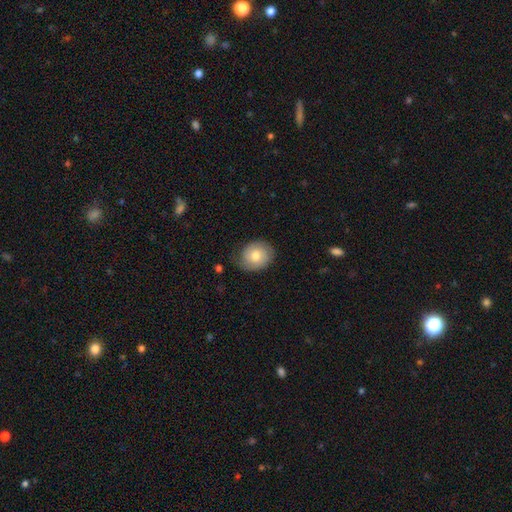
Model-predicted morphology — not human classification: A smooth galaxy with no disk features (64%) that is round (64%).

Vote fractions:
- Smooth or featured? smooth: 64% / featured or disk: 29% / star or artifact: 7%
- How rounded? round: 64% / in between: 35% / cigar-shaped: 1%
- Merging? none: 71% / minor disturbance: 22% / major disturbance: 6% / merger: 1%